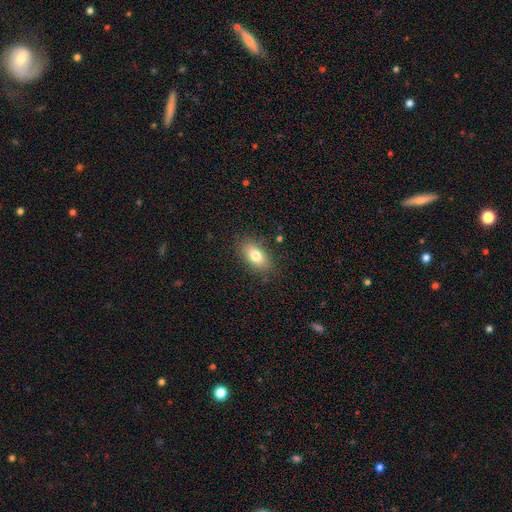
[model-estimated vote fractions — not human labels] smooth_or_featured: smooth (p=0.78) [alt: featured or disk p=0.13]
how_rounded: in between (p=0.88) [alt: round p=0.08]
merging: none (p=0.84) [alt: minor disturbance p=0.11]